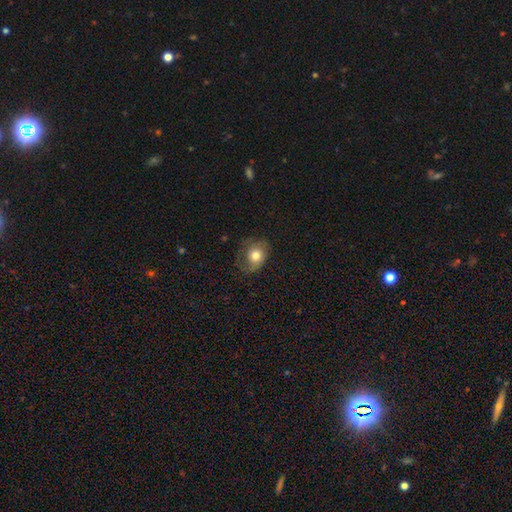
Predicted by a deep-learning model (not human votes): Morphology: type=smooth (70%); roundness=round (60%); merging=none (57%).